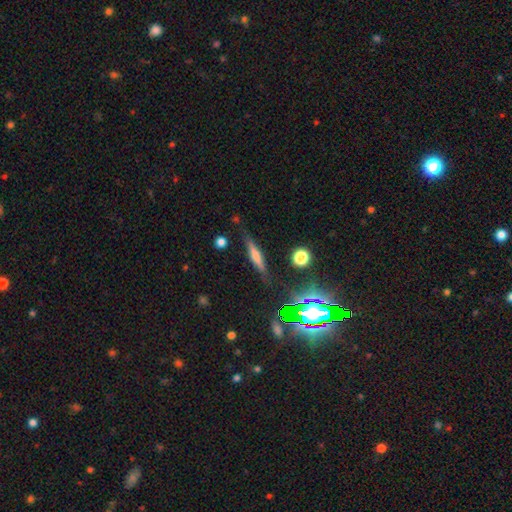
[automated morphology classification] featured or disk 42% (tied), smooth 42% (tied), star or artifact 16%. Down the decision tree: merging — none (79%).